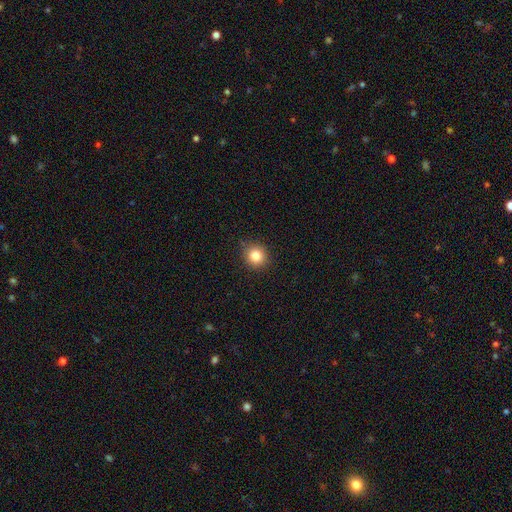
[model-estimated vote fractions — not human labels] Smooth or featured: smooth — 83% (star or artifact — 11%)
How rounded: round — 90% (in between — 9%)
Merging: none — 89% (minor disturbance — 8%)